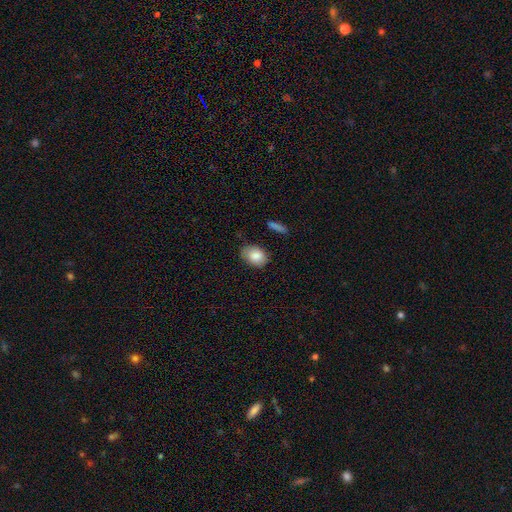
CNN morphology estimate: type=smooth (85%); roundness=in between (76%); merging=none (76%).